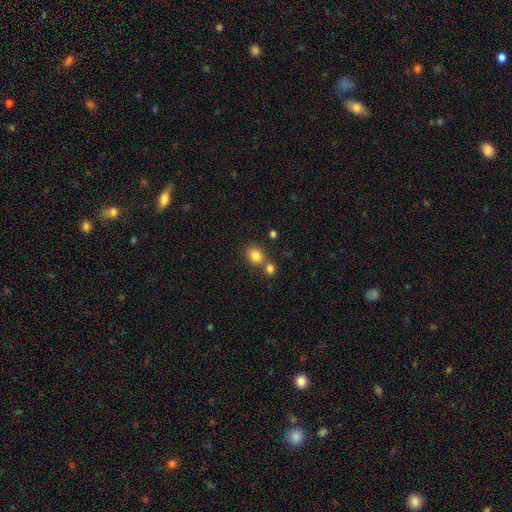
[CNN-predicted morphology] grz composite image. It shows a smooth galaxy with no disk features (83%) that is round (60%). Merging: none (59%).